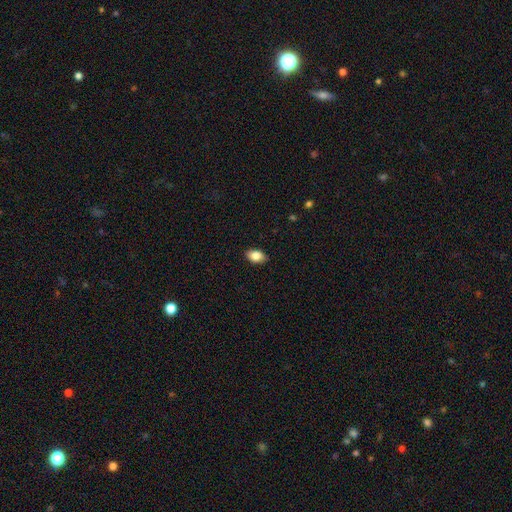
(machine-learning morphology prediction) Smooth or featured? Predicted: smooth (p=0.84). How rounded? Predicted: in between (p=0.89). Merging? Predicted: none (p=0.89).